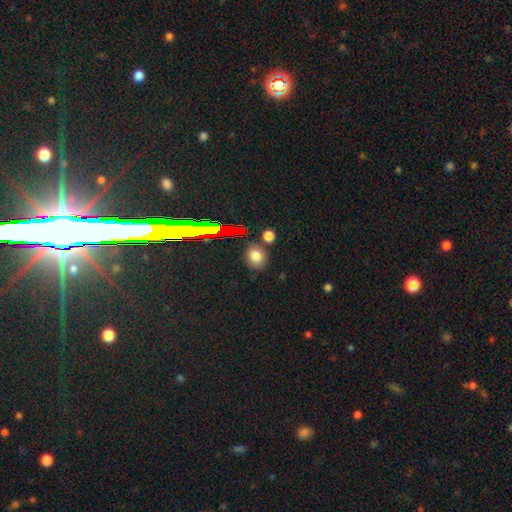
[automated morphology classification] This is likely a smooth galaxy (75%). How rounded: likely round (65%). Merging: likely none (79%).